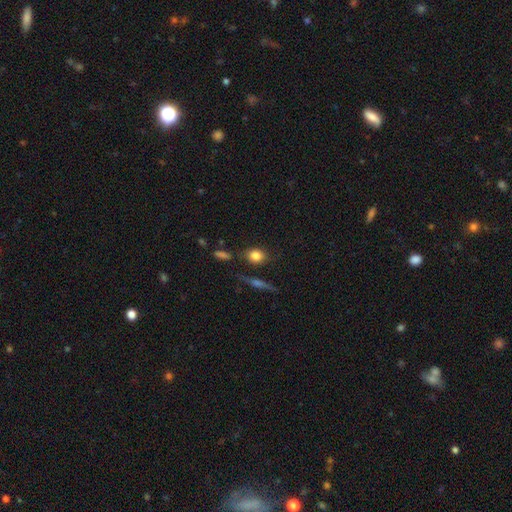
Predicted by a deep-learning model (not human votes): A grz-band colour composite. It shows a smooth galaxy with no disk features (81%) that is in between round and cigar-shaped (55%). Merging: none (77%).